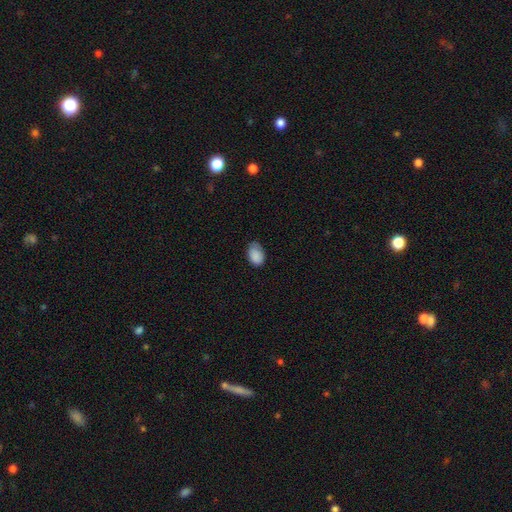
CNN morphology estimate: This is clearly a smooth galaxy (88%). How rounded: clearly in between (88%). Merging: likely none (63%).